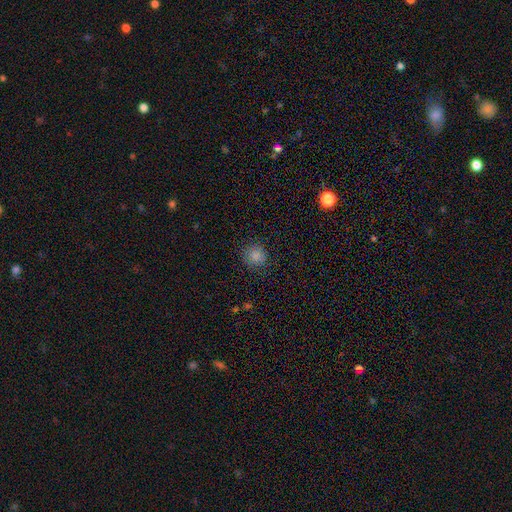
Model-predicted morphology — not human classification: Smooth or featured: smooth — 84% (star or artifact — 12%)
How rounded: round — 90% (in between — 10%)
Merging: none — 86% (minor disturbance — 10%)